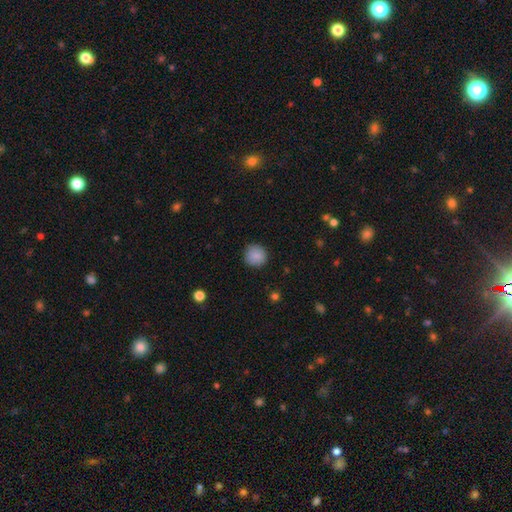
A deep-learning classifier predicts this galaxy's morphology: smooth_or_featured: smooth (p=0.87) [alt: star or artifact p=0.08]
how_rounded: round (p=0.93) [alt: in between p=0.06]
merging: none (p=0.90) [alt: minor disturbance p=0.07]